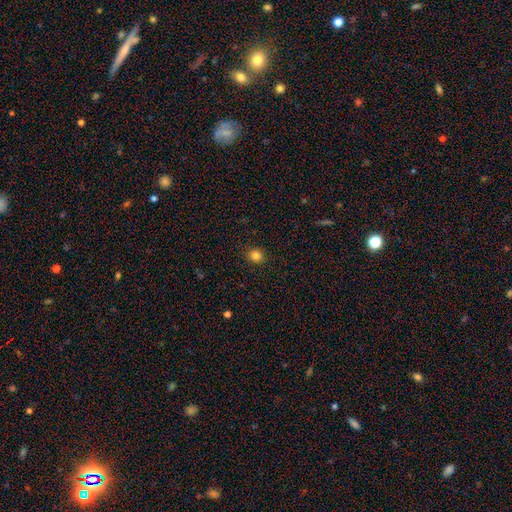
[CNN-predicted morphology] type=smooth (83%); roundness=round (73%); merging=none (91%).